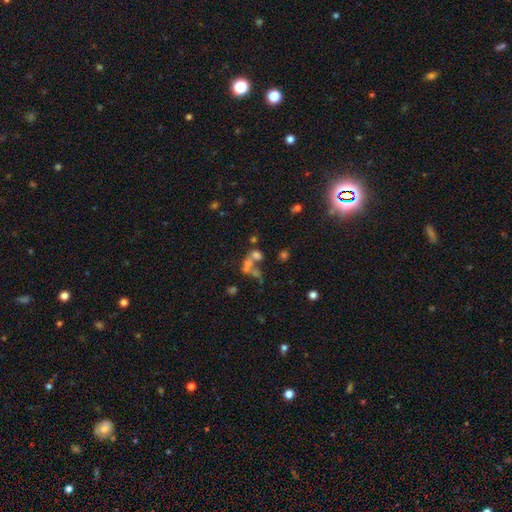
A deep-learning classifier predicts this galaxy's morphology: Overall: smooth (51%; featured or disk 26%). How rounded: in between (57%; round 40%). Merging: merger (52%; none 28%).